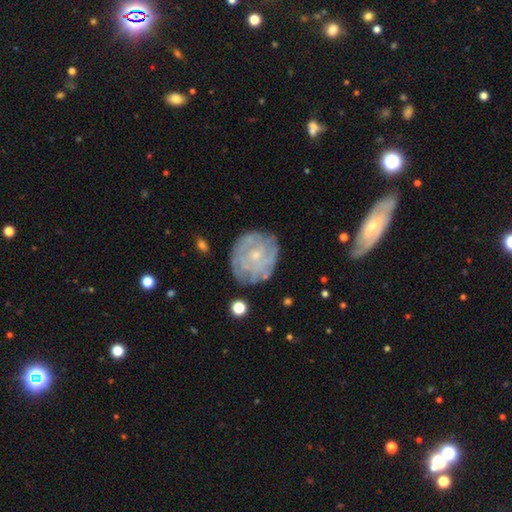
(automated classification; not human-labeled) Smooth or featured?
  - featured or disk: 67% *
  - smooth: 25%
  - star or artifact: 8%
Edge-on disk?
  - no: 97% *
  - yes: 3%
Bar?
  - no: 79% *
  - weak: 18%
  - strong: 3%
Spiral arms?
  - yes: 72% *
  - no: 28%
Bulge size?
  - small: 72% *
  - moderate: 21%
  - none: 5%
  - large: 1%
  - dominant: 1%
Merging?
  - none: 74% *
  - minor disturbance: 18%
  - major disturbance: 6%
  - merger: 2%